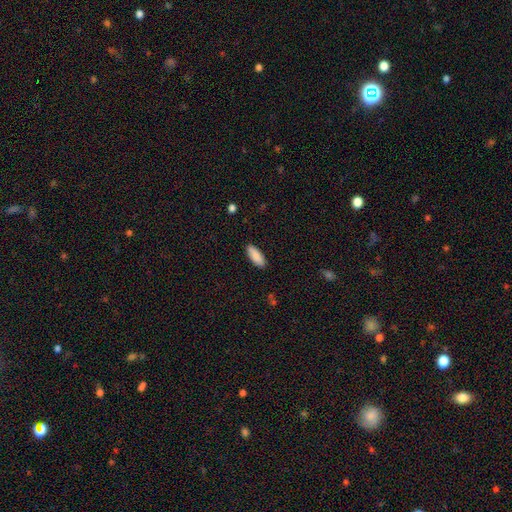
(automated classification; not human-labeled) The model was most divided on "how rounded": in between: 73%, cigar-shaped: 26%, round: 2%. More confident: smooth or featured — smooth (90%); merging — none (89%).